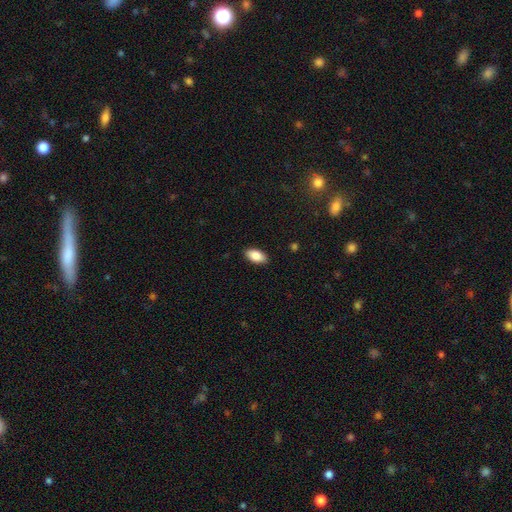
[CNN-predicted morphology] This appears to be a smooth galaxy with no disk features (86%) that is in between round and cigar-shaped (93%). Merging: none (89%).